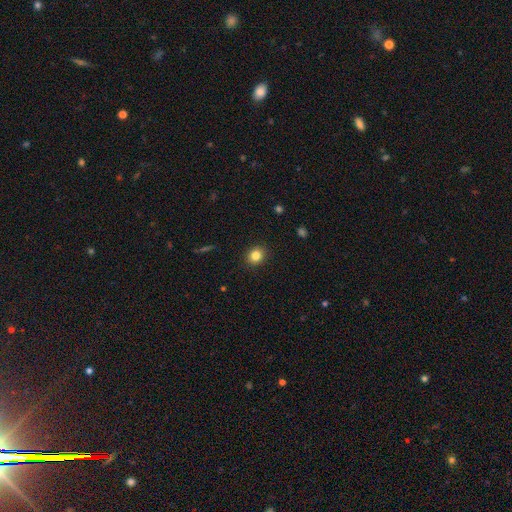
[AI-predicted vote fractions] Smooth or featured? smooth (83%)
How rounded? round (69%)
Merging? none (90%)